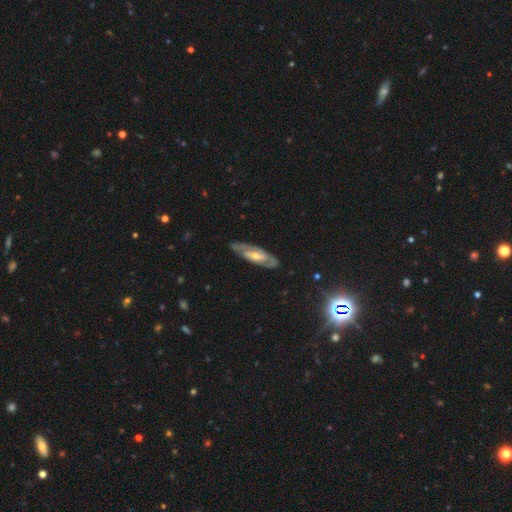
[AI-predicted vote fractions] featured or disk 72%, smooth 23%, star or artifact 5%. Down the decision tree: edge-on disk — no (78%); bar — weak (40%); spiral arms — yes (68%); bulge size — moderate (54%); merging — none (78%).